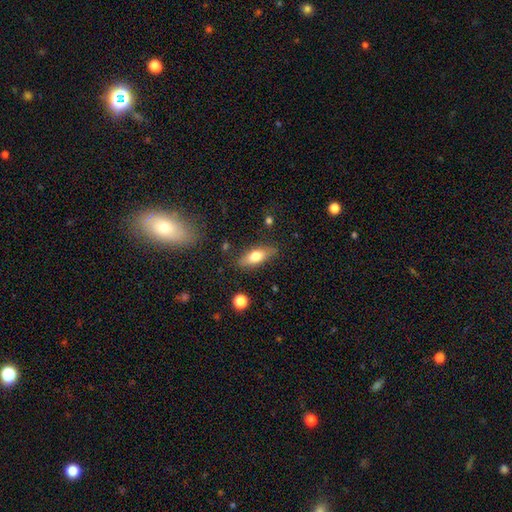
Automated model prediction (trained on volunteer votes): This appears to be a smooth galaxy with no disk features (66%) that is in between round and cigar-shaped (68%). Merging: none (81%).